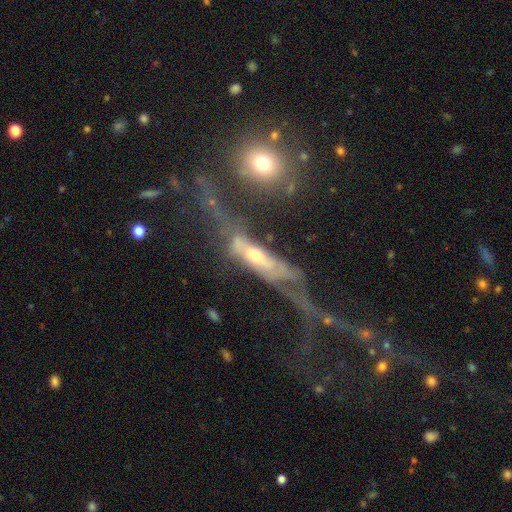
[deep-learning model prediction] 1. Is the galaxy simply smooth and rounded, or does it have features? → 64% featured or disk, 20% smooth, 15% star or artifact.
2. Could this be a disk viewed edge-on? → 57% no, 43% yes.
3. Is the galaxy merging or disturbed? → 45% major disturbance, 22% merger, 21% none, 12% minor disturbance.